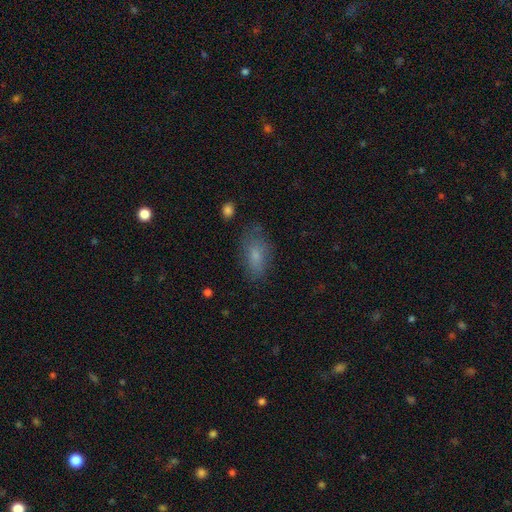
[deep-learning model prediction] Q: Smooth or featured?
A: smooth (75%); runner-up: featured or disk (16%)
Q: How rounded?
A: in between (88%); runner-up: cigar-shaped (7%)
Q: Merging?
A: none (69%); runner-up: minor disturbance (21%)